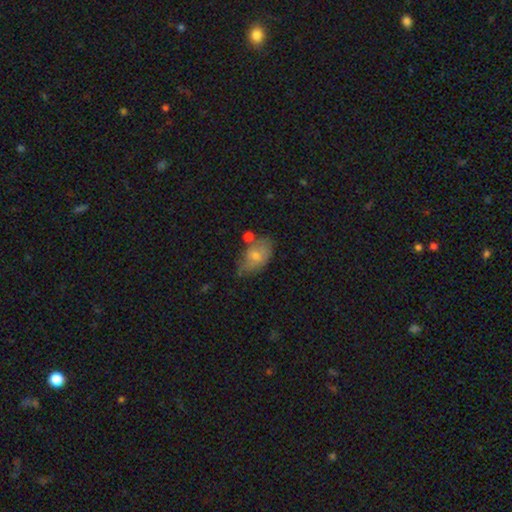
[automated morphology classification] Overall: smooth (65%; featured or disk 27%). How rounded: in between (88%). Merging: none (54%; minor disturbance 29%).